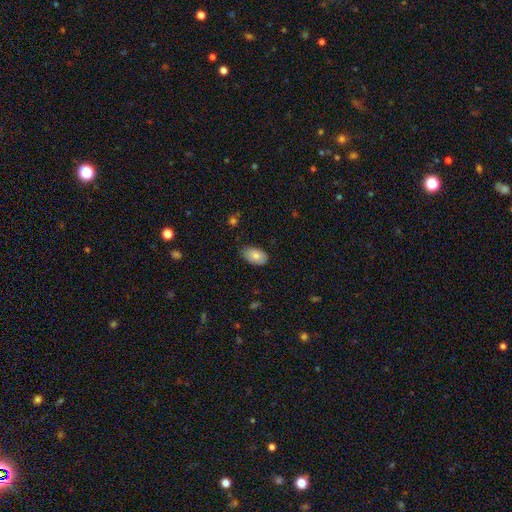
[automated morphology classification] Overall: smooth (82%). How rounded: in between (93%). Merging: none (76%).